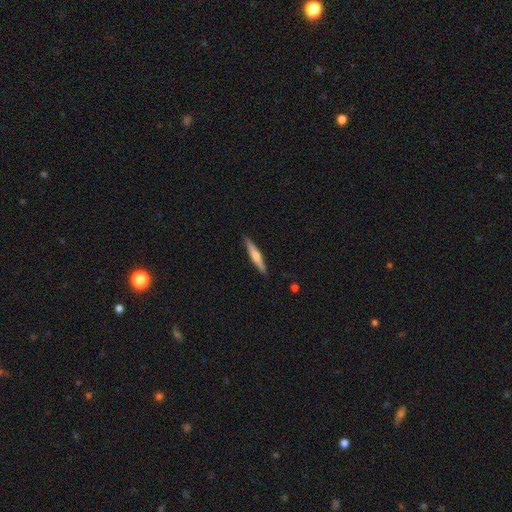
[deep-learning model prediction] Morphology: type=smooth (50%); roundness=cigar-shaped (92%); merging=none (90%).